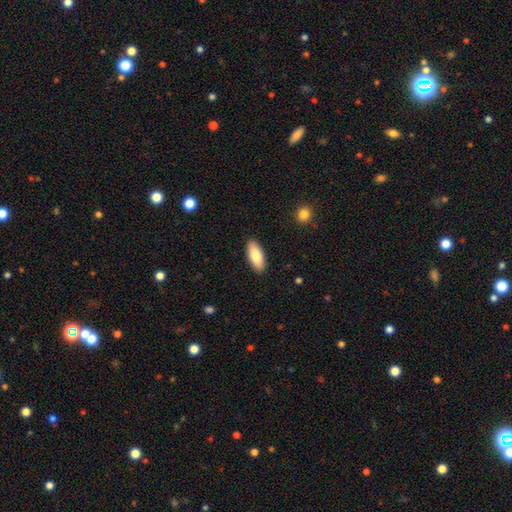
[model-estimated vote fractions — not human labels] Smooth or featured: smooth — 78% (featured or disk — 16%)
How rounded: in between — 81% (cigar-shaped — 17%)
Merging: none — 90% (minor disturbance — 7%)